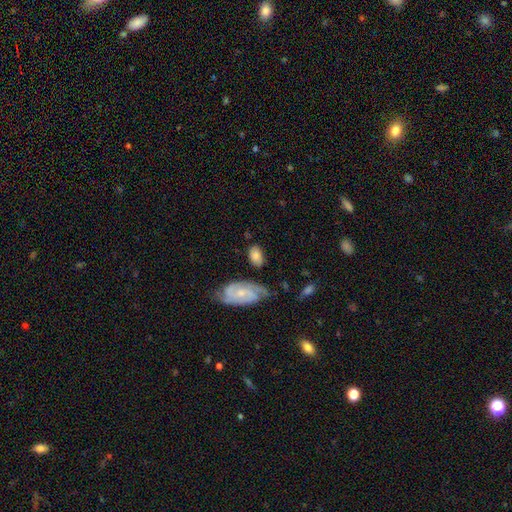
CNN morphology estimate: Q: Smooth or featured?
A: smooth (70%); runner-up: featured or disk (23%)
Q: How rounded?
A: in between (88%); runner-up: round (10%)
Q: Merging?
A: none (65%); runner-up: minor disturbance (21%)